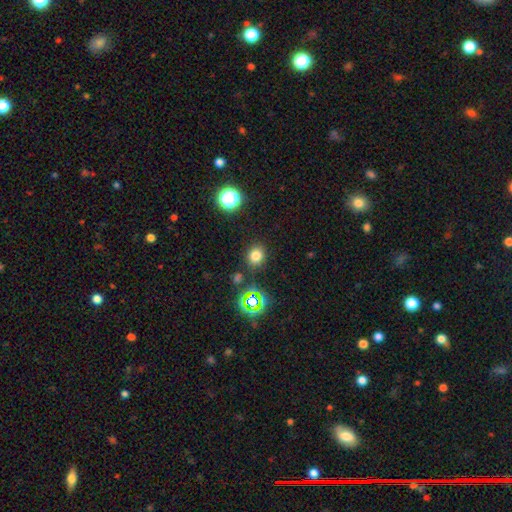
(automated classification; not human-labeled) smooth-or-featured: smooth: 74% | star or artifact: 20% | featured or disk: 6%
  how-rounded: round: 73% | in between: 26% | cigar-shaped: 1%
  merging: none: 84% | minor disturbance: 9% | merger: 4% | major disturbance: 3%